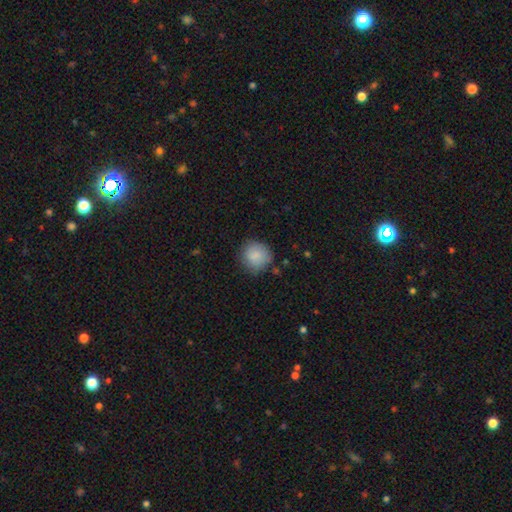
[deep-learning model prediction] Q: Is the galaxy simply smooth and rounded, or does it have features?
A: smooth — 86%.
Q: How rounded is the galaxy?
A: round — 89%.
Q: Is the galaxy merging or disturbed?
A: none — 77%.